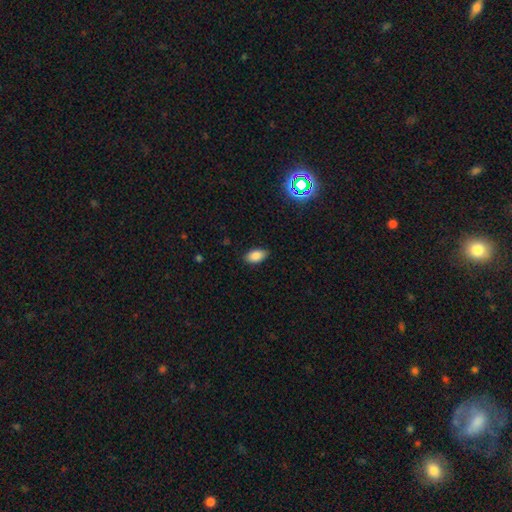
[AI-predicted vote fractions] Smooth or featured: smooth — 86% (star or artifact — 9%)
How rounded: in between — 92% (round — 5%)
Merging: none — 84% (minor disturbance — 13%)